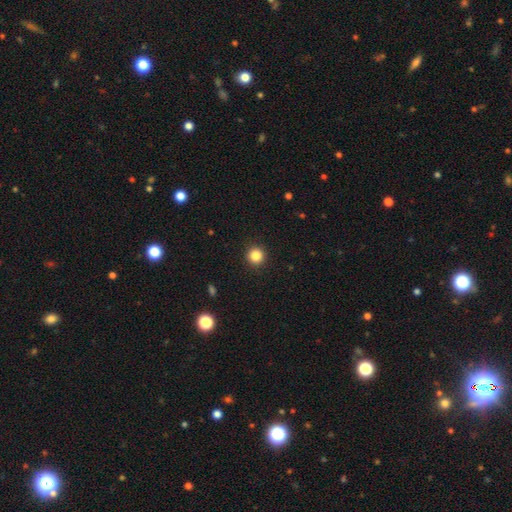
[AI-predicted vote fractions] Smooth or featured?
  - smooth: 85% *
  - star or artifact: 11%
  - featured or disk: 4%
How rounded?
  - round: 94% *
  - in between: 5%
  - cigar-shaped: 1%
Merging?
  - none: 93% *
  - minor disturbance: 5%
  - major disturbance: 2%
  - merger: 1%